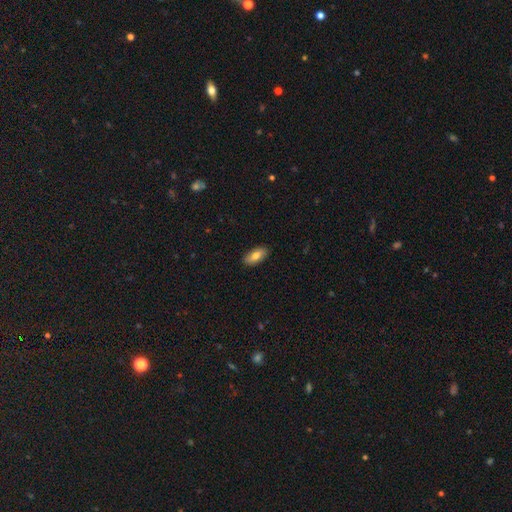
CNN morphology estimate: A smooth galaxy with no disk features (75%) that is in between round and cigar-shaped (87%). Merging: none (89%).